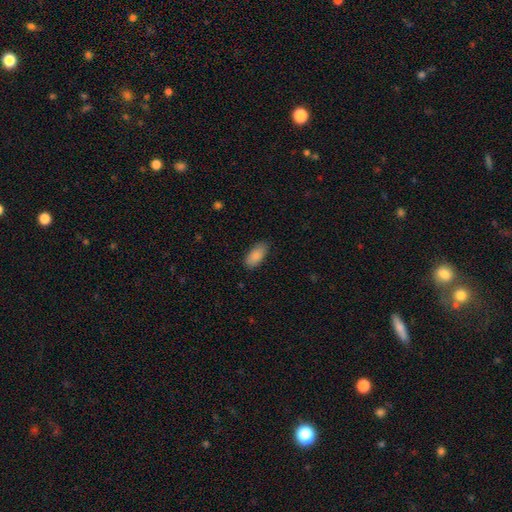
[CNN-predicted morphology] A smooth galaxy with no disk features (88%) that is in between round and cigar-shaped (90%).

Vote fractions:
- Smooth or featured? smooth: 88% / star or artifact: 7% / featured or disk: 5%
- How rounded? in between: 90% / cigar-shaped: 8% / round: 2%
- Merging? none: 83% / minor disturbance: 13% / major disturbance: 3% / merger: 1%